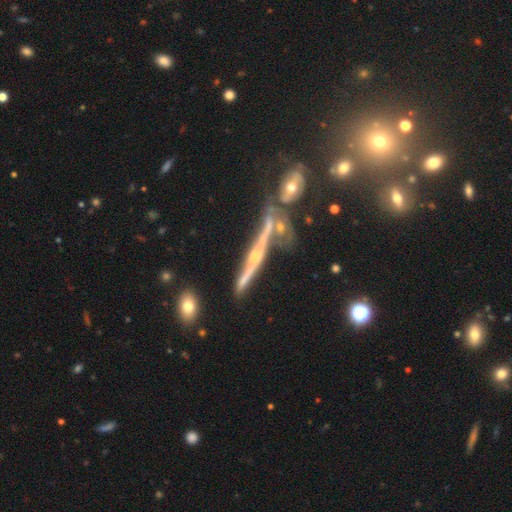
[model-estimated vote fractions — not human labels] The model was most divided on "merging": none: 68%, minor disturbance: 15%, merger: 12%, major disturbance: 5%. More confident: edge-on disk — yes (96%); edge-on bulge — rounded (84%); smooth or featured — featured or disk (82%).